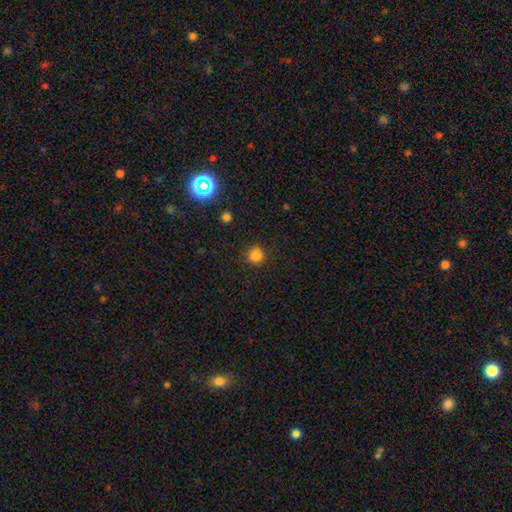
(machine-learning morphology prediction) This appears to be a smooth galaxy with no disk features (81%) that is round (89%). Merging: none (81%).